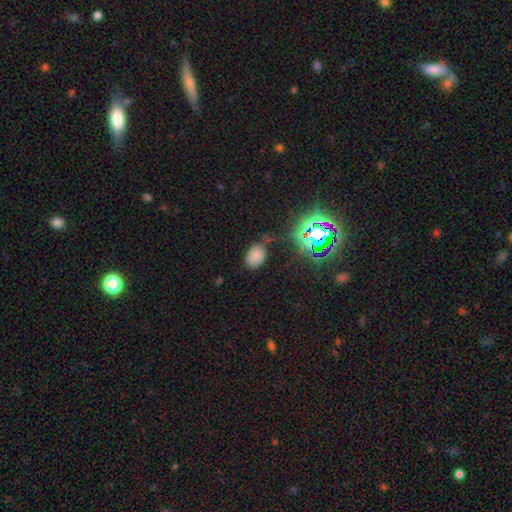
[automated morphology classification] smooth_or_featured: smooth (p=0.69) [alt: star or artifact p=0.22]
how_rounded: in between (p=0.79) [alt: round p=0.20]
merging: none (p=0.69) [alt: minor disturbance p=0.21]